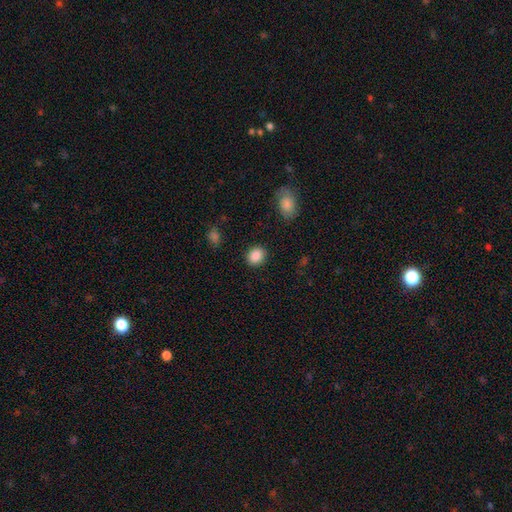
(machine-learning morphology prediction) A smooth galaxy with no disk features (88%) that is round (56%).

Vote fractions:
- Smooth or featured? smooth: 88% / star or artifact: 9% / featured or disk: 4%
- How rounded? round: 56% / in between: 43% / cigar-shaped: 1%
- Merging? none: 87% / minor disturbance: 8% / major disturbance: 3% / merger: 2%